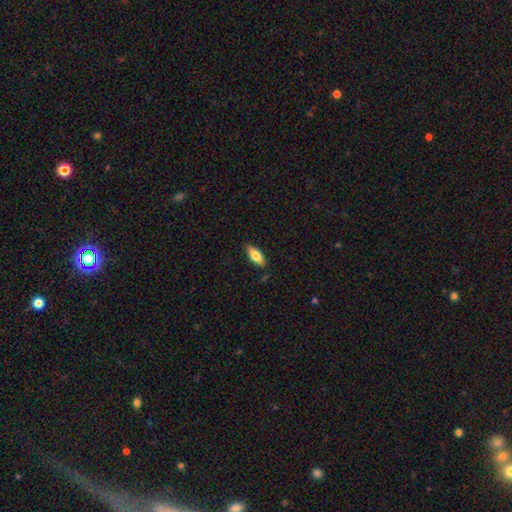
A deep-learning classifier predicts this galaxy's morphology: Smooth or featured? smooth (78%)
How rounded? in between (84%)
Merging? none (84%)